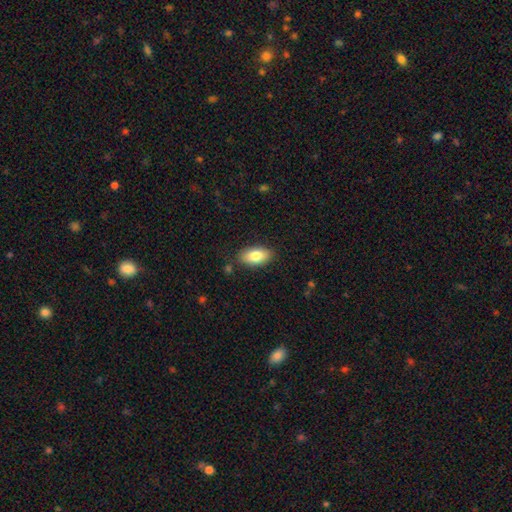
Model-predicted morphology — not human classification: The model was most divided on "smooth or featured": smooth: 82%, featured or disk: 12%, star or artifact: 7%. More confident: how rounded — in between (92%); merging — none (85%).